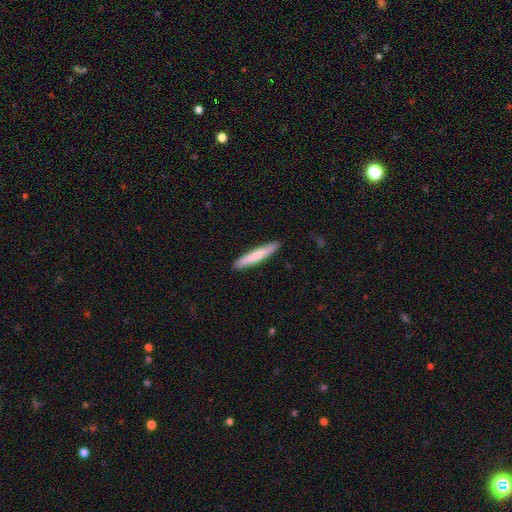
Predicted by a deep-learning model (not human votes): The model was most divided on "smooth or featured": smooth: 75%, featured or disk: 20%, star or artifact: 5%. More confident: how rounded — cigar-shaped (94%); merging — none (91%).